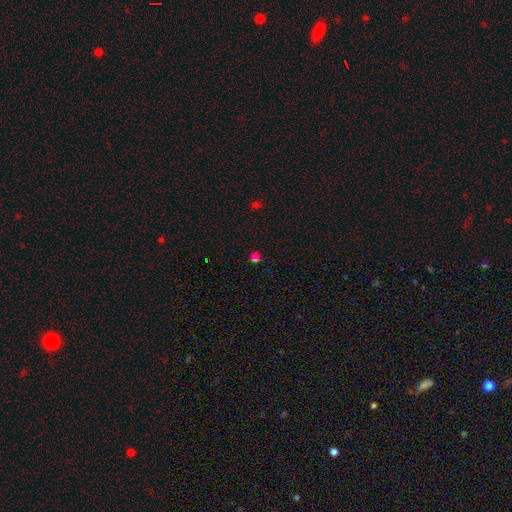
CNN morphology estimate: The model was most divided on "smooth or featured": smooth: 50%, star or artifact: 42%, featured or disk: 7%. More confident: how rounded — round (73%); merging — none (66%).